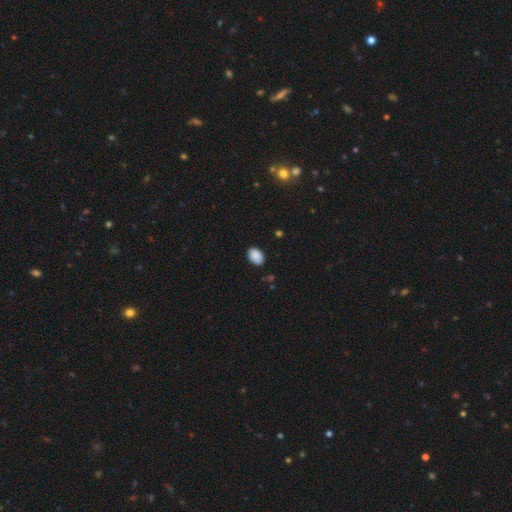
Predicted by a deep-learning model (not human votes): This is clearly a smooth galaxy (89%). How rounded: clearly in between (87%). Merging: clearly none (86%).